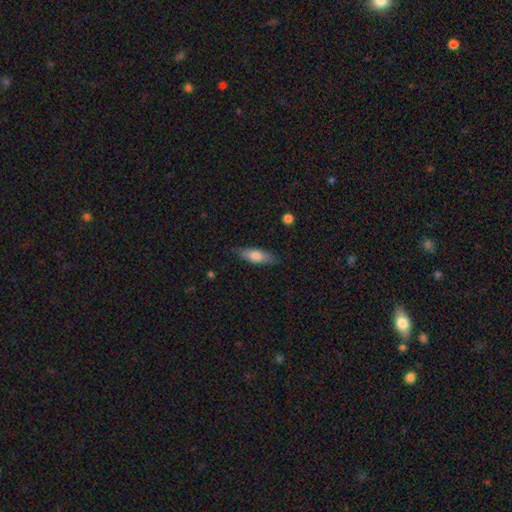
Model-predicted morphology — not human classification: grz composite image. It shows a smooth galaxy with no disk features (72%) that is in between round and cigar-shaped (63%). Merging: none (82%).